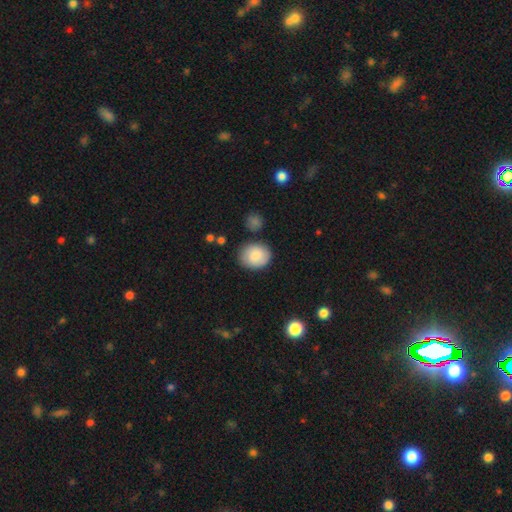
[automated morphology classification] Q: Smooth or featured?
A: smooth (77%); runner-up: featured or disk (16%)
Q: How rounded?
A: round (63%); runner-up: in between (36%)
Q: Merging?
A: none (79%); runner-up: minor disturbance (14%)